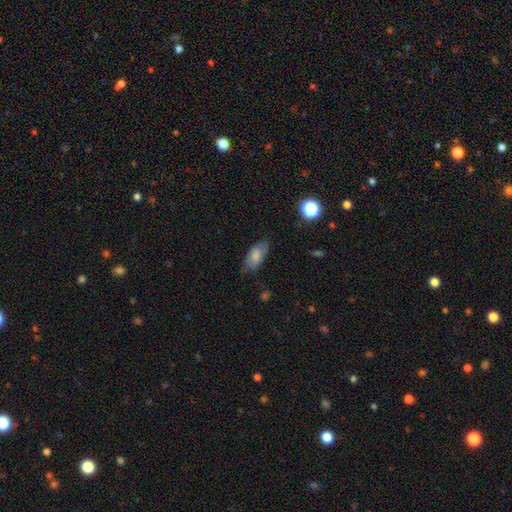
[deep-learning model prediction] This appears to be a smooth galaxy with no disk features (76%) that is in between round and cigar-shaped (90%). Merging: none (72%).